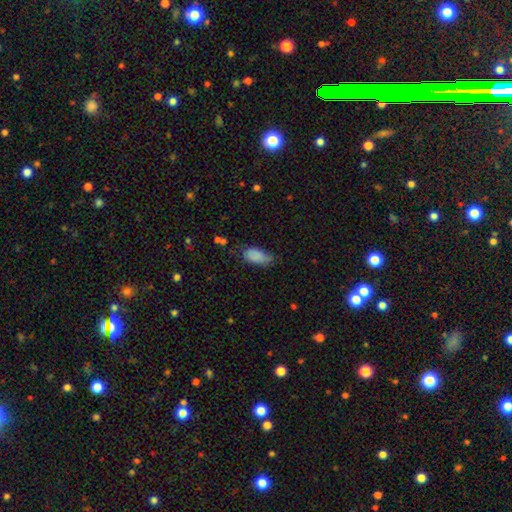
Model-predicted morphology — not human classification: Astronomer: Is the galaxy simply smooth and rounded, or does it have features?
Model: smooth — 84%.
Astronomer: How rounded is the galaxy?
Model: in between — 90%.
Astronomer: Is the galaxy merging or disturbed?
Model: none — 51% (runner-up: minor disturbance, 36%).